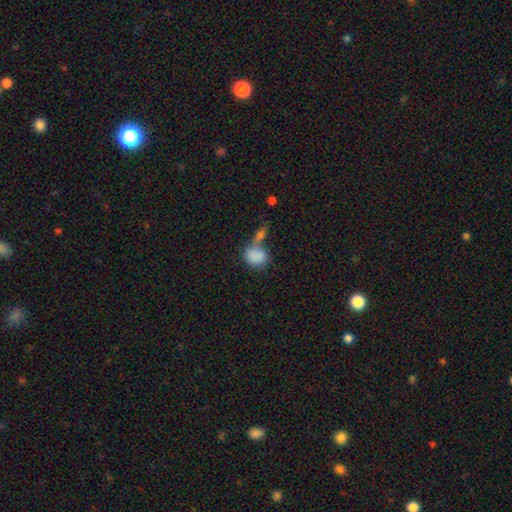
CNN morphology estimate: Smooth or featured: smooth — 83% (featured or disk — 9%)
How rounded: in between — 63% (round — 35%)
Merging: merger — 53% (none — 25%)